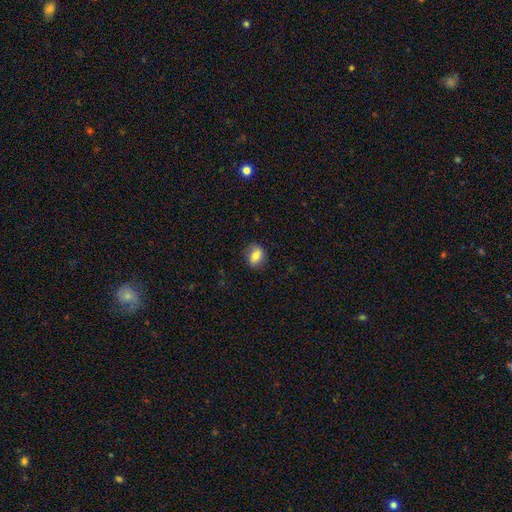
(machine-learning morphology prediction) A smooth galaxy with no disk features (80%) that is in between round and cigar-shaped (55%). Merging: none (82%).